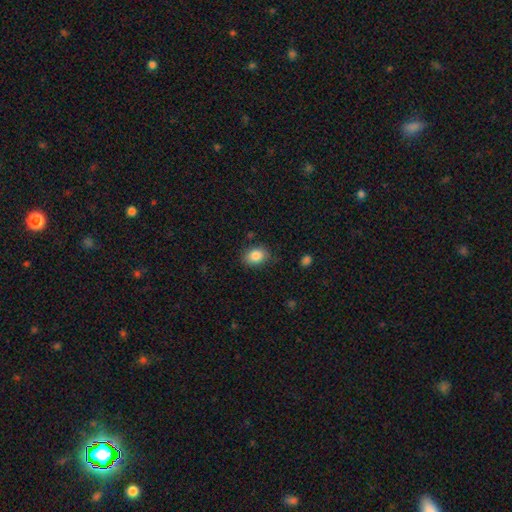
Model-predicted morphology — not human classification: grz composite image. It shows a smooth galaxy with no disk features (85%) that is in between round and cigar-shaped (70%). Merging: none (79%).